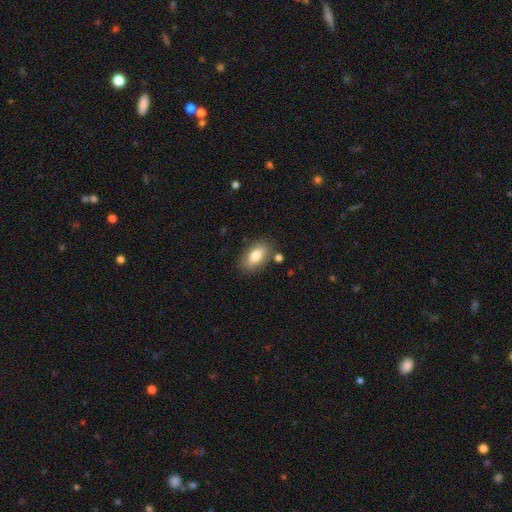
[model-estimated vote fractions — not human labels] A smooth galaxy with no disk features (79%) that is in between round and cigar-shaped (90%). Merging: none (81%).